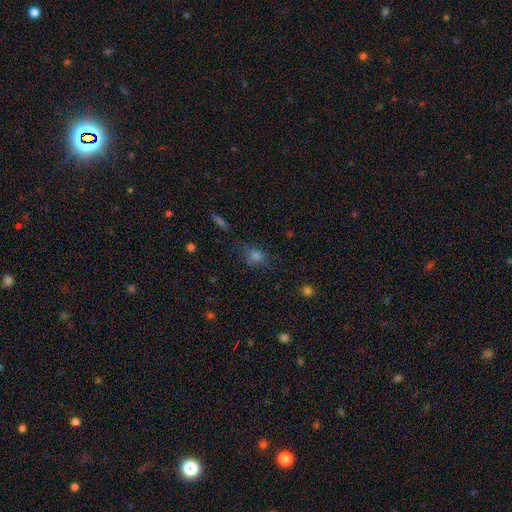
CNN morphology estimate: Smooth or featured? smooth (69%)
How rounded? round (58%)
Merging? none (65%)